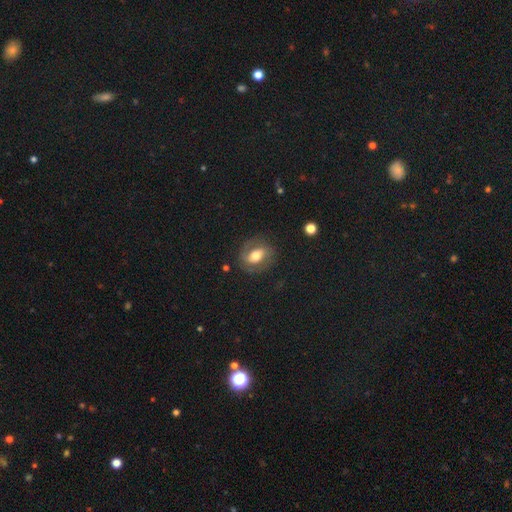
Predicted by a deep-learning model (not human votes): Smooth or featured?
  - featured or disk: 55% *
  - smooth: 37%
  - star or artifact: 8%
Edge-on disk?
  - no: 95% *
  - yes: 5%
Bar?
  - no: 37% *
  - weak: 36%
  - strong: 27%
Spiral arms?
  - yes: 70% *
  - no: 30%
Bulge size?
  - moderate: 64% *
  - large: 23%
  - small: 10%
  - dominant: 2%
  - none: 1%
Merging?
  - none: 73% *
  - minor disturbance: 16%
  - major disturbance: 9%
  - merger: 2%